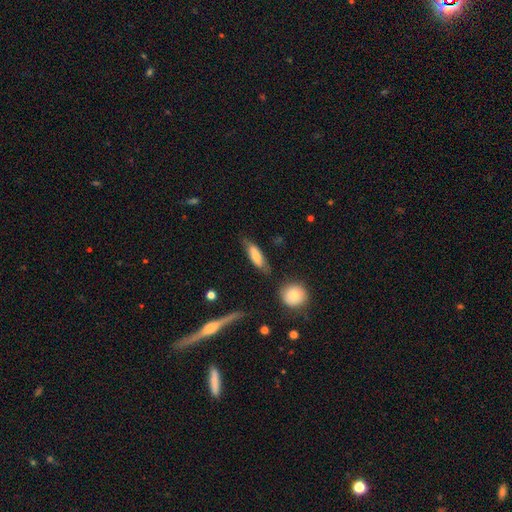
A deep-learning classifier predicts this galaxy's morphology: Smooth or featured? Predicted: smooth (p=0.71). How rounded? Predicted: cigar-shaped (p=0.49). Merging? Predicted: none (p=0.68).